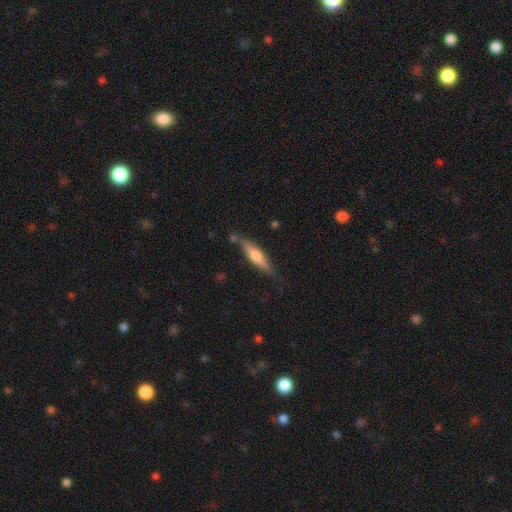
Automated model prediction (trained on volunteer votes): Smooth or featured: smooth — 55% (featured or disk — 39%)
How rounded: cigar-shaped — 79% (in between — 20%)
Merging: none — 74% (minor disturbance — 17%)